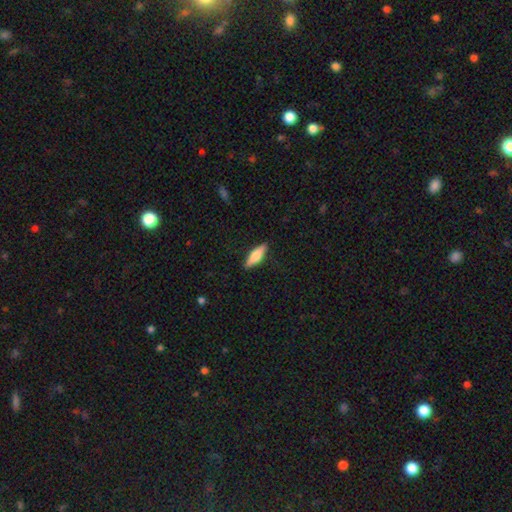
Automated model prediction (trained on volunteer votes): smooth 67%, featured or disk 27%, star or artifact 6%. Down the decision tree: how rounded — cigar-shaped (54%); merging — none (87%).